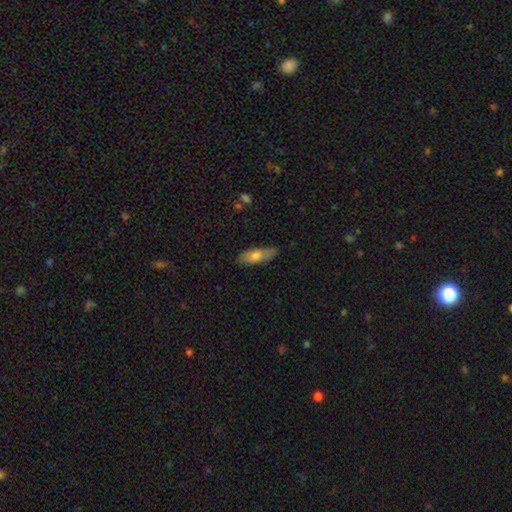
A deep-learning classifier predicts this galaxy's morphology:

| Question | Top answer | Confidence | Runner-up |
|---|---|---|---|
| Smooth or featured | smooth | 68% | featured or disk (26%) |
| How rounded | in between | 65% | cigar-shaped (33%) |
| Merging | none | 77% | minor disturbance (19%) |